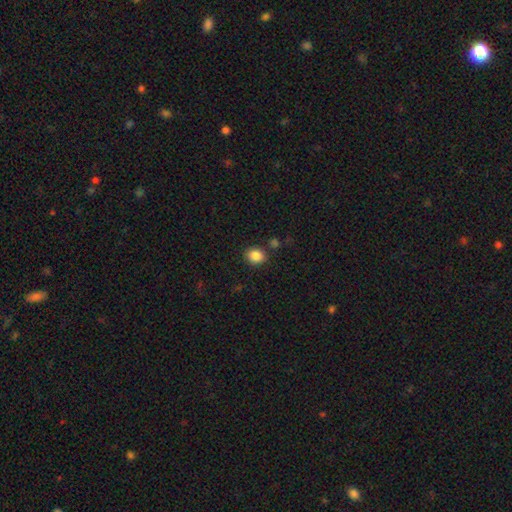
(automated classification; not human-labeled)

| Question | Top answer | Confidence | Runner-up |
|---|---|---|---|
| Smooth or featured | smooth | 86% | star or artifact (9%) |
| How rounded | round | 62% | in between (37%) |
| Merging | none | 84% | minor disturbance (9%) |